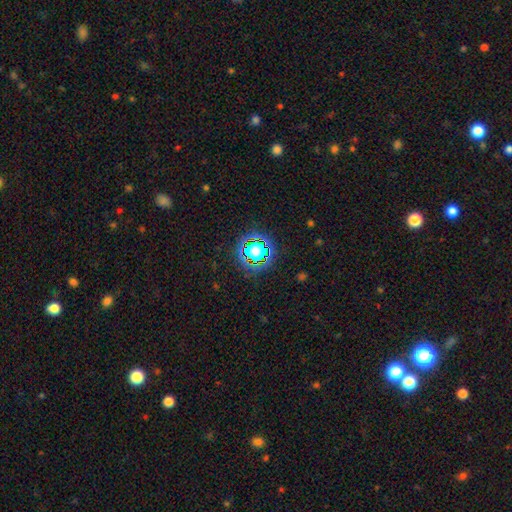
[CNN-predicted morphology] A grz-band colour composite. It shows a star or artifact, not a galaxy (72%).